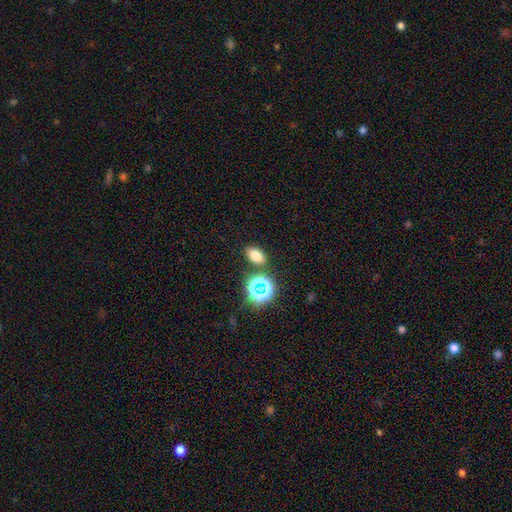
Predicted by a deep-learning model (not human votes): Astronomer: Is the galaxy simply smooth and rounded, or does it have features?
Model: smooth — 72%.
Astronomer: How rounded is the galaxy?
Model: in between — 81%.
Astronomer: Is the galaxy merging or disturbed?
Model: none — 82%.